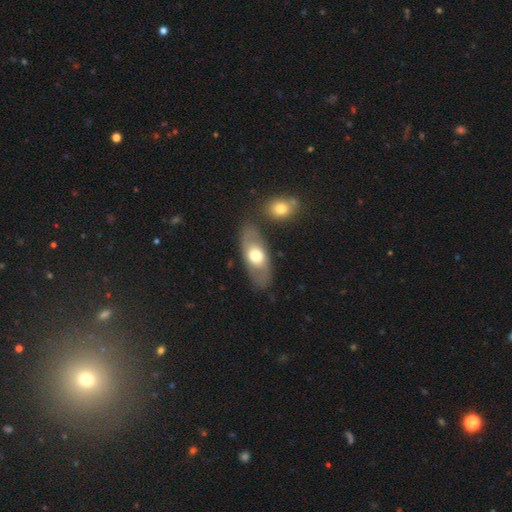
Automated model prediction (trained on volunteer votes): Smooth or featured? Predicted: smooth (p=0.52). How rounded? Predicted: in between (p=0.85). Merging? Predicted: none (p=0.75).